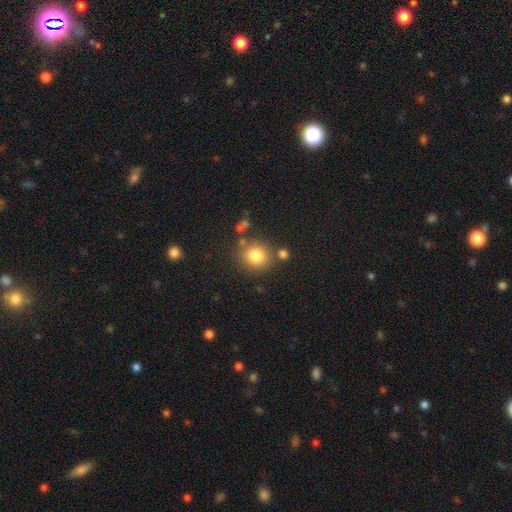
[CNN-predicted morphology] smooth_or_featured: smooth (p=0.81) [alt: star or artifact p=0.11]
how_rounded: round (p=0.88) [alt: in between p=0.11]
merging: none (p=0.77) [alt: minor disturbance p=0.10]